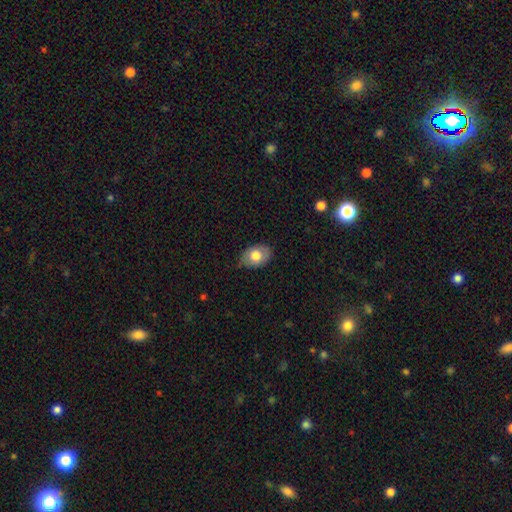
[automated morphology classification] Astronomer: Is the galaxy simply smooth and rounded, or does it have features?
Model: smooth — 75%.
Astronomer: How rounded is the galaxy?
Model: in between — 82%.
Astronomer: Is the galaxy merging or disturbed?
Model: none — 75%.